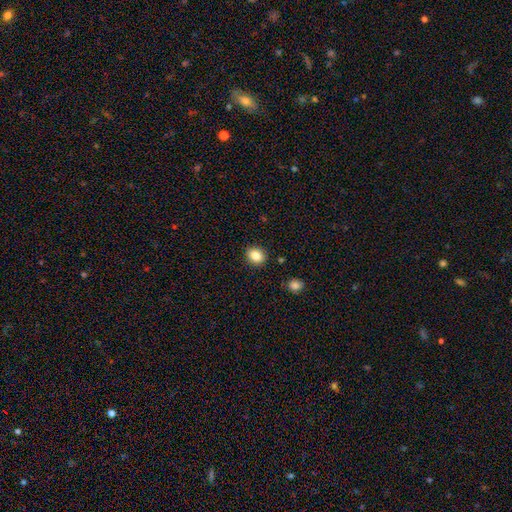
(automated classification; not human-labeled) smooth_or_featured: smooth (p=0.85) [alt: star or artifact p=0.10]
how_rounded: round (p=0.64) [alt: in between p=0.35]
merging: none (p=0.89) [alt: minor disturbance p=0.07]